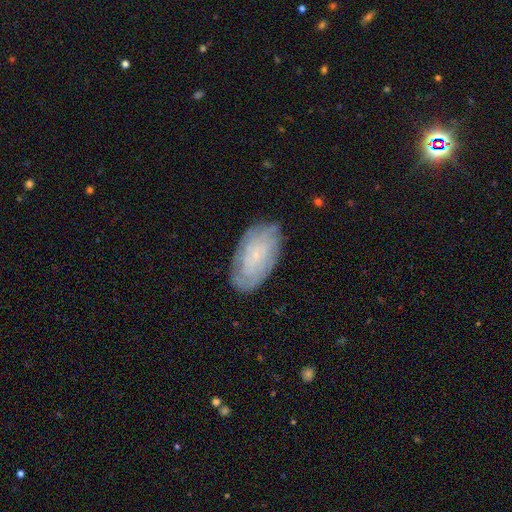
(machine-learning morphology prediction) A featured or disk galaxy (58%) with no bar (75%), spiral arms (83%) and a small central bulge (80%).

Vote fractions:
- Smooth or featured? featured or disk: 58% / smooth: 34% / star or artifact: 8%
- Edge-on disk? no: 94% / yes: 6%
- Bar? no: 75% / weak: 20% / strong: 4%
- Spiral arms? yes: 83% / no: 17%
- Bulge size? small: 80% / none: 10% / moderate: 8% / large: 1% / dominant: 1%
- Merging? none: 79% / minor disturbance: 16% / major disturbance: 4% / merger: 1%